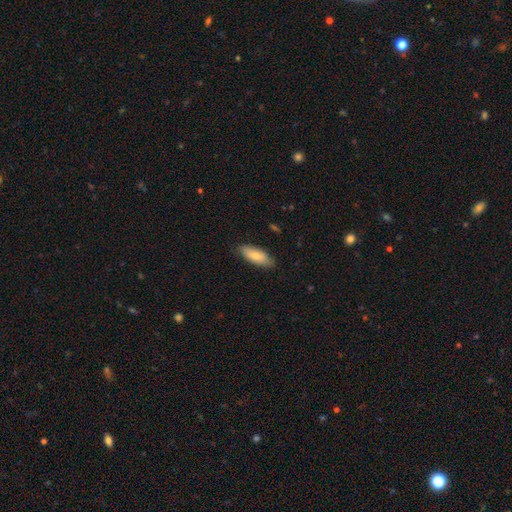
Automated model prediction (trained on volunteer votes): A smooth galaxy with no disk features (81%) that is in between round and cigar-shaped (74%).

Vote fractions:
- Smooth or featured? smooth: 81% / featured or disk: 13% / star or artifact: 6%
- How rounded? in between: 74% / cigar-shaped: 25% / round: 2%
- Merging? none: 83% / minor disturbance: 13% / major disturbance: 2% / merger: 1%